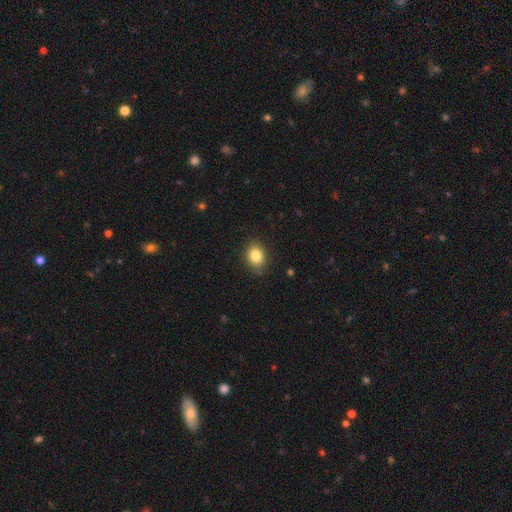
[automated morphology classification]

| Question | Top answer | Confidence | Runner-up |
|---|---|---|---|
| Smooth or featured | smooth | 84% | star or artifact (10%) |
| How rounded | in between | 55% | round (44%) |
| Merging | none | 84% | minor disturbance (13%) |